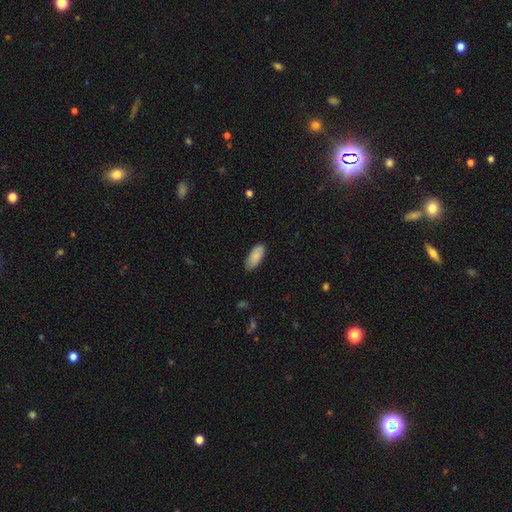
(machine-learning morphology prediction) A smooth galaxy with no disk features (88%) that is in between round and cigar-shaped (86%).

Vote fractions:
- Smooth or featured? smooth: 88% / featured or disk: 6% / star or artifact: 6%
- How rounded? in between: 86% / cigar-shaped: 12% / round: 2%
- Merging? none: 82% / minor disturbance: 15% / major disturbance: 2% / merger: 1%